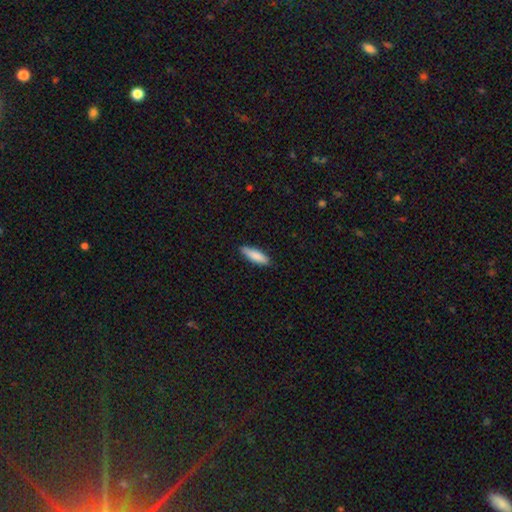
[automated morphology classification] Smooth or featured: smooth — 86% (featured or disk — 9%)
How rounded: cigar-shaped — 57% (in between — 41%)
Merging: none — 86% (minor disturbance — 11%)